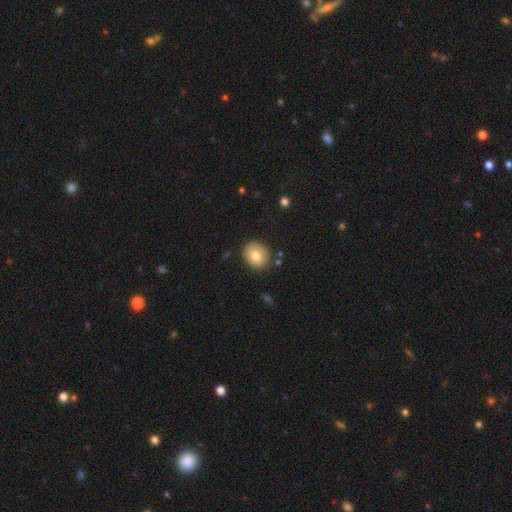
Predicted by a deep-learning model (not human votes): This appears to be a smooth galaxy with no disk features (79%) that is round (60%). Merging: none (83%).